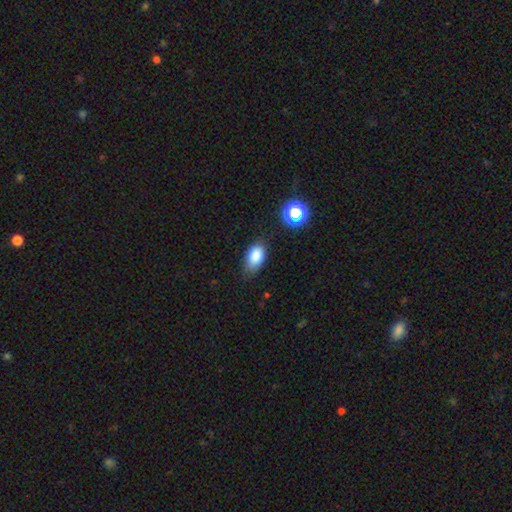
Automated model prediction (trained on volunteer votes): smooth 84%, star or artifact 10%, featured or disk 6%. Down the decision tree: how rounded — in between (91%); merging — none (72%).